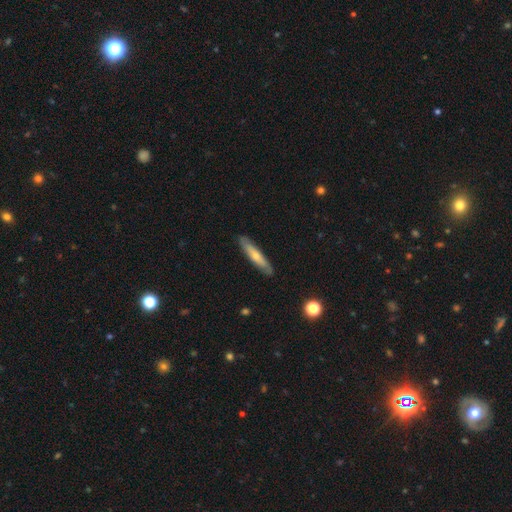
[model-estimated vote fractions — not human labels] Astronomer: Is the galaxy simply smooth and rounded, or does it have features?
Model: smooth — 58% (runner-up: featured or disk, 37%).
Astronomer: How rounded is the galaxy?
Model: cigar-shaped — 87%.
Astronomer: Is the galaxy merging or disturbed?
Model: none — 87%.